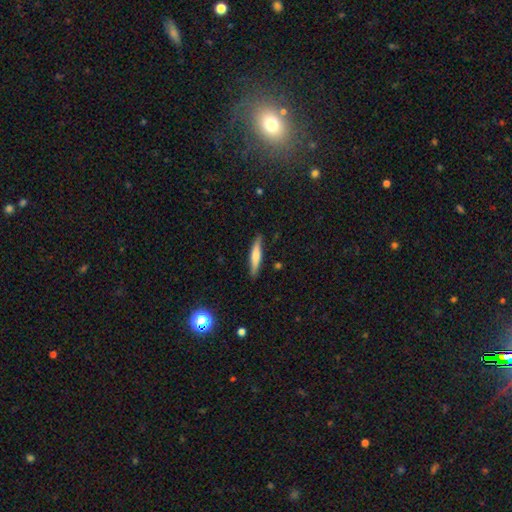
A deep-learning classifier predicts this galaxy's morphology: This appears to be a smooth galaxy with no disk features (54%) that is cigar-shaped (89%). Merging: none (86%).